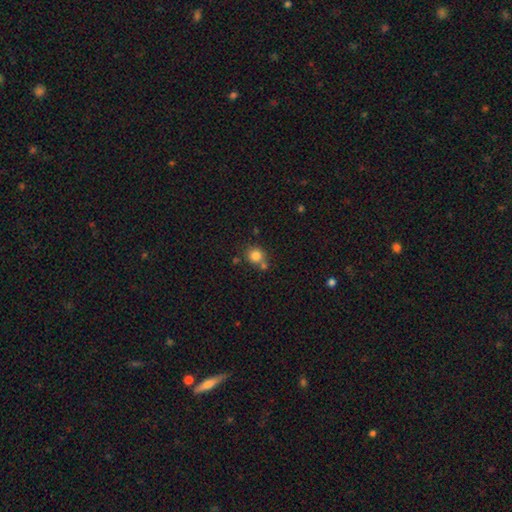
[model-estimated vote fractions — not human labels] Overall: smooth (82%). How rounded: round (86%). Merging: none (61%; merger 24%).